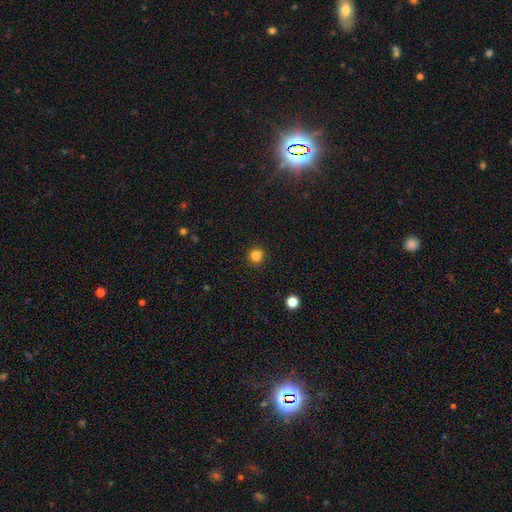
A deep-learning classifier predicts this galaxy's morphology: type=smooth (84%); roundness=round (93%); merging=none (91%).